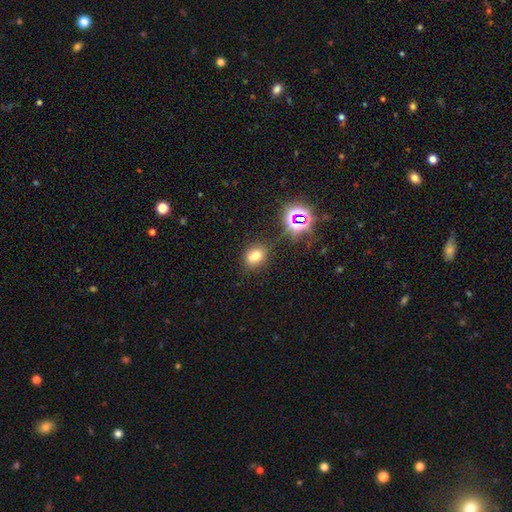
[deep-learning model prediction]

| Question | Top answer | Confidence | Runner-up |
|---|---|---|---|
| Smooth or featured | smooth | 67% | star or artifact (22%) |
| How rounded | in between | 53% | round (46%) |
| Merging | none | 77% | minor disturbance (14%) |